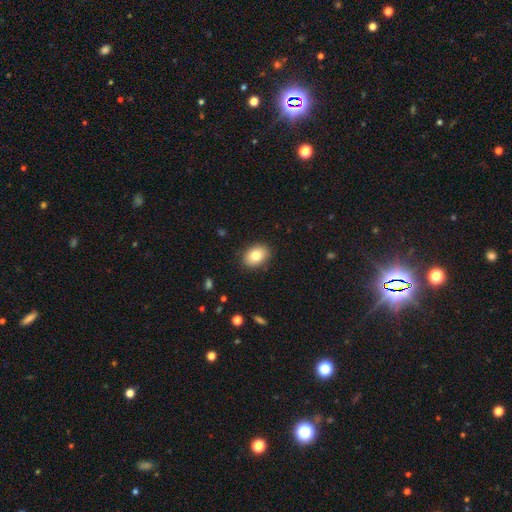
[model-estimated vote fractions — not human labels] smooth 81%, featured or disk 11%, star or artifact 8%. Down the decision tree: how rounded — in between (74%); merging — none (88%).